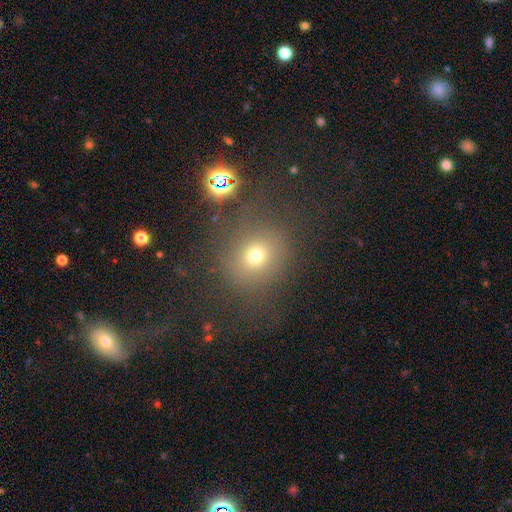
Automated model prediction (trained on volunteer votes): smooth-or-featured: smooth: 67% | star or artifact: 22% | featured or disk: 11%
  how-rounded: round: 79% | in between: 20% | cigar-shaped: 1%
  merging: none: 71% | minor disturbance: 14% | major disturbance: 10% | merger: 5%